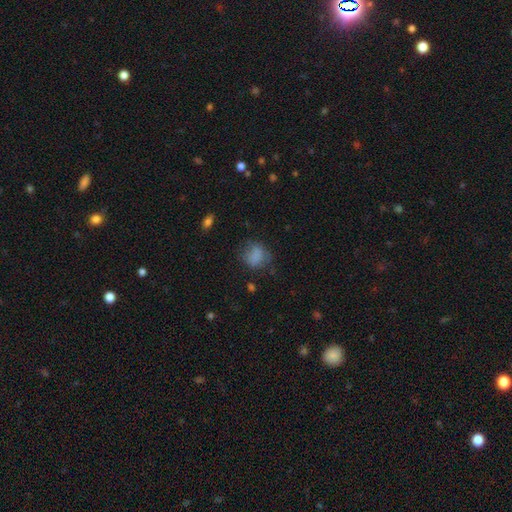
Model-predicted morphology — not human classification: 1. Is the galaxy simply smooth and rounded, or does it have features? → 78% smooth, 11% featured or disk, 11% star or artifact.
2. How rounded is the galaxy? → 61% round, 38% in between, 1% cigar-shaped.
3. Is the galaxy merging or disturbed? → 58% none, 26% minor disturbance, 14% major disturbance, 2% merger.